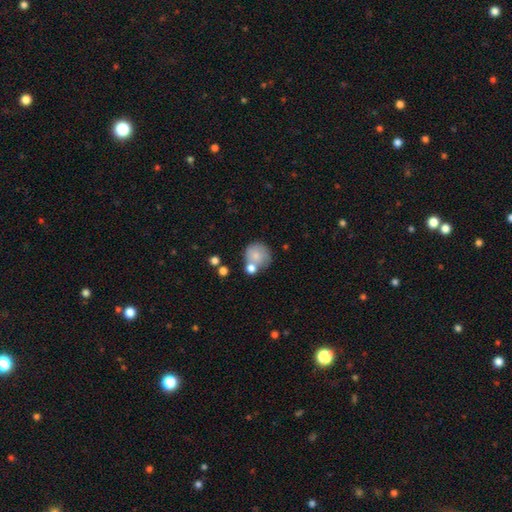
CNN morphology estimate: Smooth or featured?
  - smooth: 77% *
  - featured or disk: 15%
  - star or artifact: 8%
How rounded?
  - round: 88% *
  - in between: 11%
  - cigar-shaped: 1%
Merging?
  - none: 54% *
  - merger: 26%
  - minor disturbance: 15%
  - major disturbance: 6%